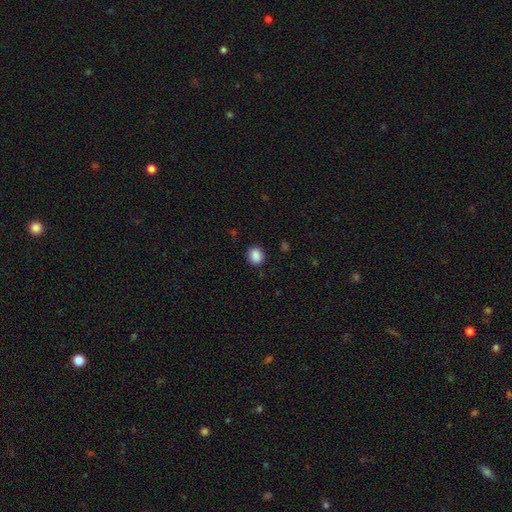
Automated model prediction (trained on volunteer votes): Smooth or featured?
  - smooth: 88% *
  - star or artifact: 9%
  - featured or disk: 3%
How rounded?
  - round: 71% *
  - in between: 28%
  - cigar-shaped: 1%
Merging?
  - none: 87% *
  - minor disturbance: 10%
  - major disturbance: 3%
  - merger: 1%